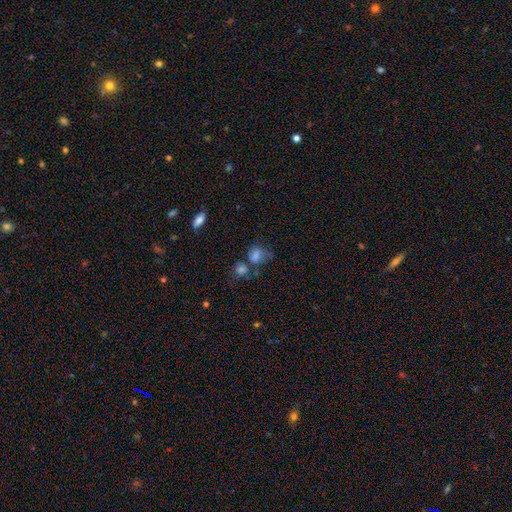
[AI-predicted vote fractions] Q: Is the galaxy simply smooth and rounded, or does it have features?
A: smooth — 58%.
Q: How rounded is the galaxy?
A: round — 60%.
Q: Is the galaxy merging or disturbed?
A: none — 43%.